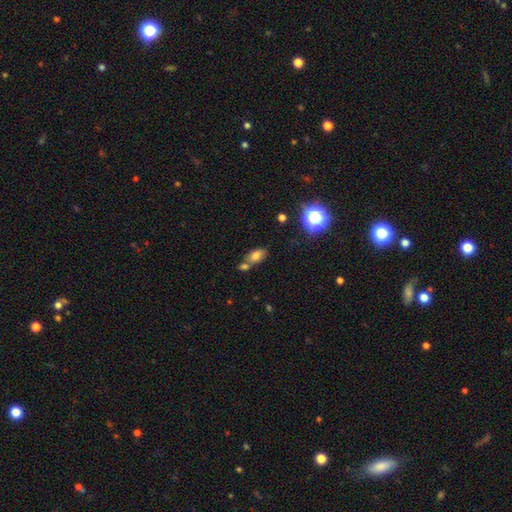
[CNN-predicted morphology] smooth-or-featured: smooth: 74% | star or artifact: 13% | featured or disk: 13%
  how-rounded: in between: 87% | round: 9% | cigar-shaped: 5%
  merging: none: 47% | merger: 36% | minor disturbance: 13% | major disturbance: 4%